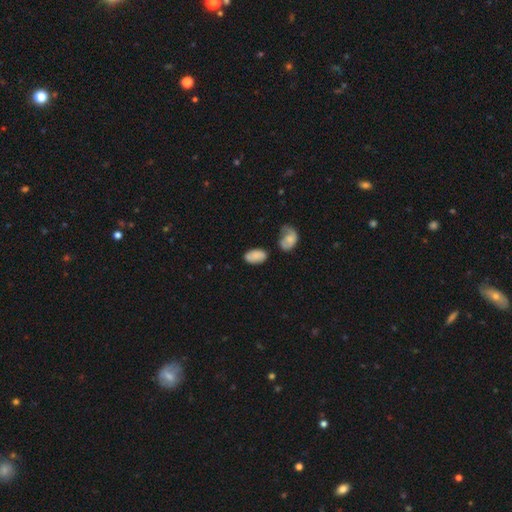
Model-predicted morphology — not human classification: type=smooth (82%); roundness=in between (93%); merging=none (60%).